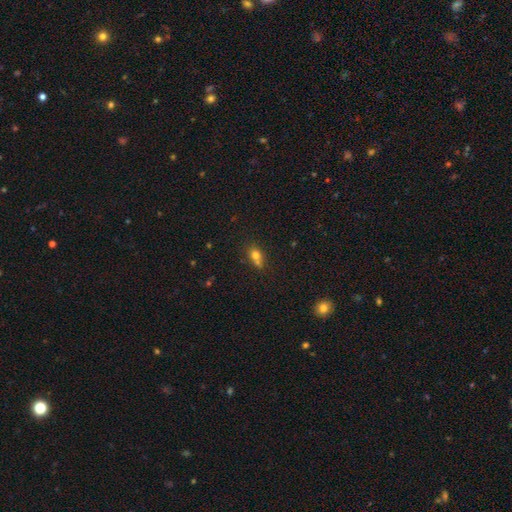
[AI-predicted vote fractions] Smooth or featured?
  - smooth: 73% *
  - star or artifact: 14%
  - featured or disk: 13%
How rounded?
  - in between: 49% *
  - round: 48%
  - cigar-shaped: 3%
Merging?
  - none: 43% *
  - merger: 36%
  - minor disturbance: 15%
  - major disturbance: 6%